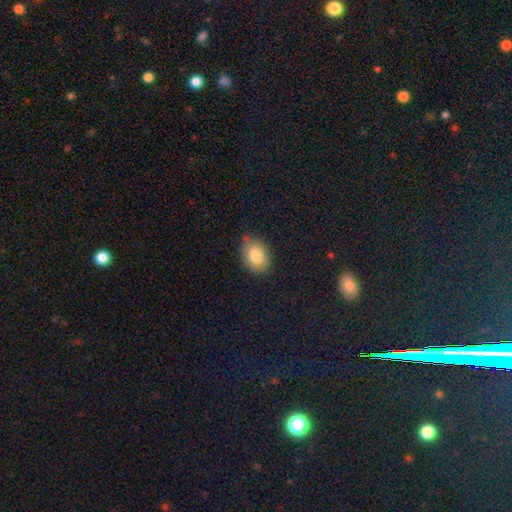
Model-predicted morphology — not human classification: A smooth galaxy with no disk features (84%) that is in between round and cigar-shaped (76%). Merging: none (81%).